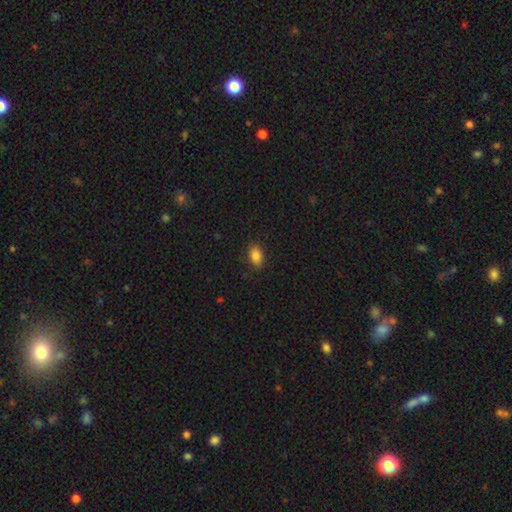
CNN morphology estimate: Smooth or featured?
  - smooth: 86% *
  - star or artifact: 9%
  - featured or disk: 5%
How rounded?
  - in between: 84% *
  - round: 14%
  - cigar-shaped: 2%
Merging?
  - none: 85% *
  - minor disturbance: 12%
  - major disturbance: 3%
  - merger: 1%